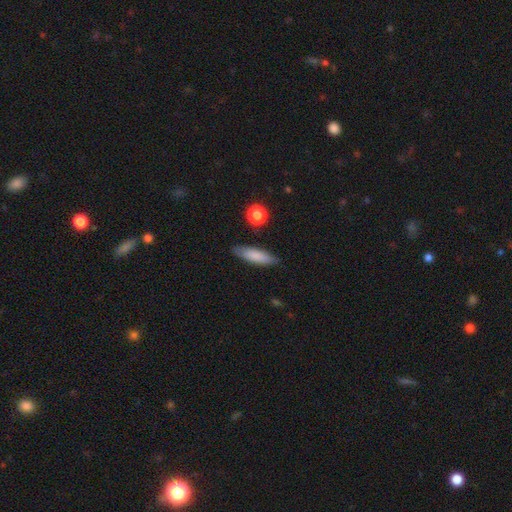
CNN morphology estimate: Q: Smooth or featured?
A: smooth (80%); runner-up: featured or disk (13%)
Q: How rounded?
A: cigar-shaped (57%); runner-up: in between (41%)
Q: Merging?
A: none (83%); runner-up: minor disturbance (12%)